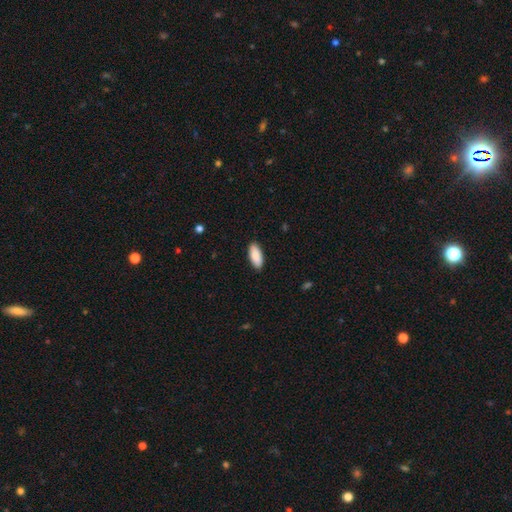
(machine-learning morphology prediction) smooth-or-featured: smooth: 89% | star or artifact: 6% | featured or disk: 5%
  how-rounded: in between: 85% | cigar-shaped: 14% | round: 2%
  merging: none: 89% | minor disturbance: 8% | major disturbance: 2% | merger: 1%